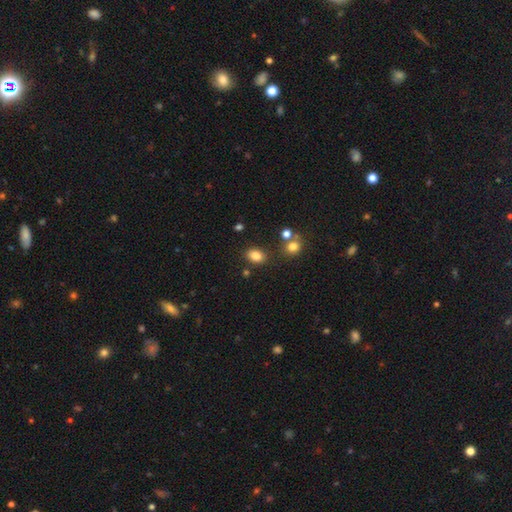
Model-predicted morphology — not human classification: Q: Smooth or featured?
A: smooth (83%); runner-up: star or artifact (11%)
Q: How rounded?
A: in between (73%); runner-up: round (26%)
Q: Merging?
A: none (79%); runner-up: minor disturbance (11%)